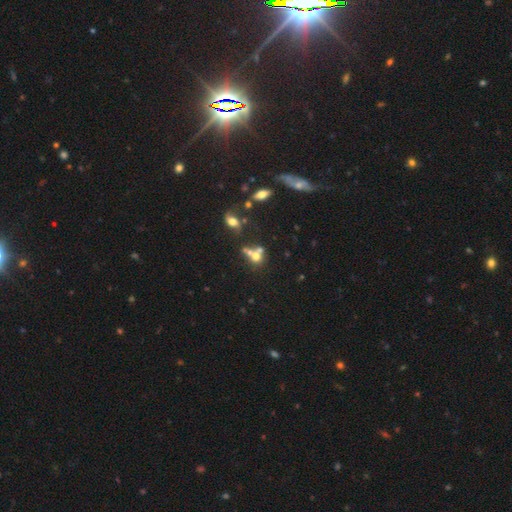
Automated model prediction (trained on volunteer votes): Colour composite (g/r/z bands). It shows a smooth galaxy with no disk features (61%) that is round (70%). Merging: merger (51%).